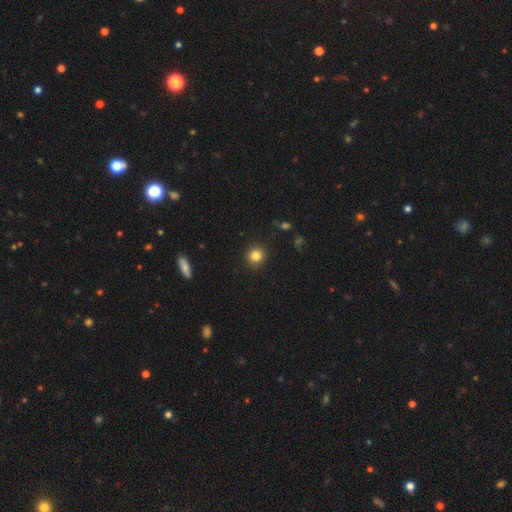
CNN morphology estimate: A smooth galaxy with no disk features (83%) that is round (90%). Merging: none (91%).